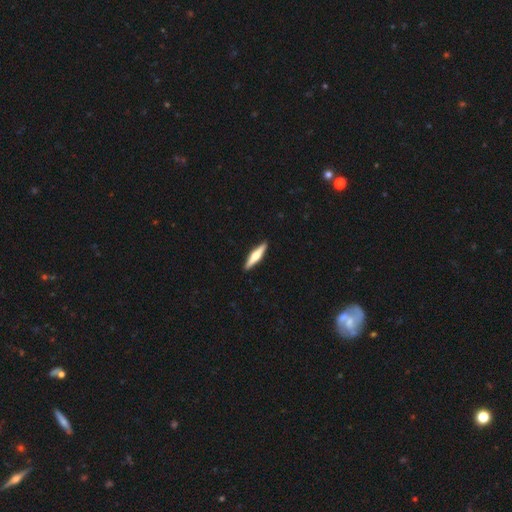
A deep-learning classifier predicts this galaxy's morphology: featured or disk 55%, smooth 40%, star or artifact 5%. Down the decision tree: edge-on disk — yes (96%); edge-on bulge — rounded (89%); merging — none (92%).